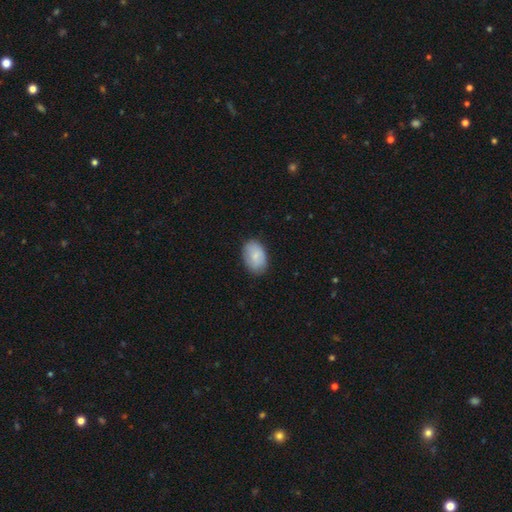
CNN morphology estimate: Smooth or featured? Predicted: smooth (p=0.83). How rounded? Predicted: in between (p=0.86). Merging? Predicted: none (p=0.82).